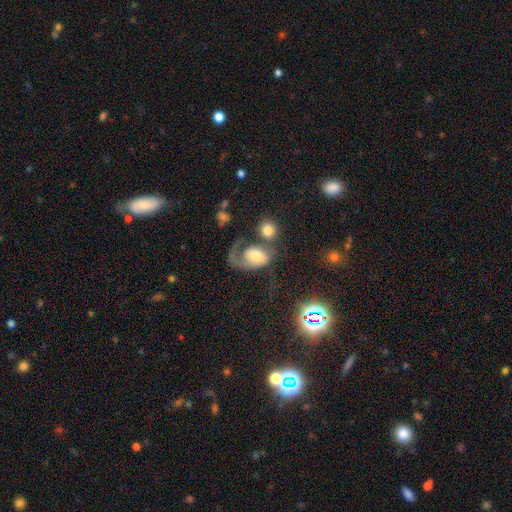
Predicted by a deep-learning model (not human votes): Q: Smooth or featured?
A: featured or disk (54%); runner-up: smooth (35%)
Q: Edge-on disk?
A: no (97%); runner-up: yes (3%)
Q: Bar?
A: no (71%); runner-up: weak (23%)
Q: Spiral arms?
A: yes (79%); runner-up: no (21%)
Q: Bulge size?
A: moderate (52%); runner-up: large (24%)
Q: Merging?
A: major disturbance (39%); runner-up: merger (25%)